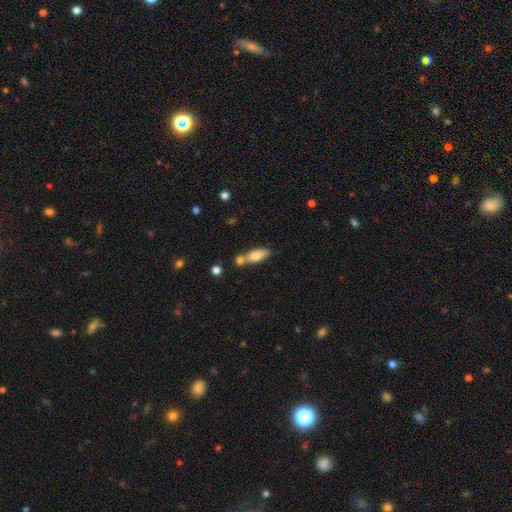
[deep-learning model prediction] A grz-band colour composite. It shows a smooth galaxy with no disk features (75%) that is in between round and cigar-shaped (67%). Merging: none (47%).